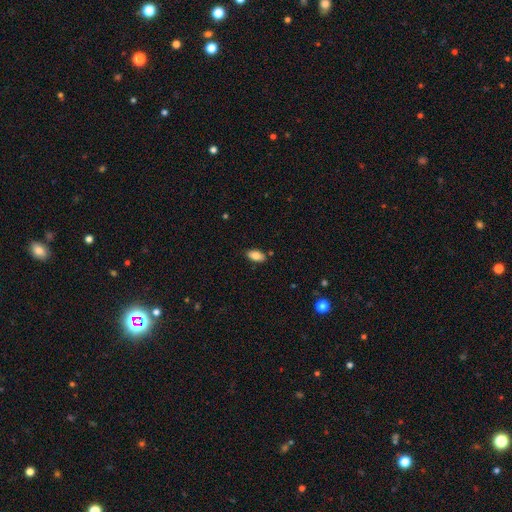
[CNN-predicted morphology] Smooth or featured: smooth — 82% (featured or disk — 10%)
How rounded: in between — 92% (cigar-shaped — 4%)
Merging: none — 84% (minor disturbance — 11%)